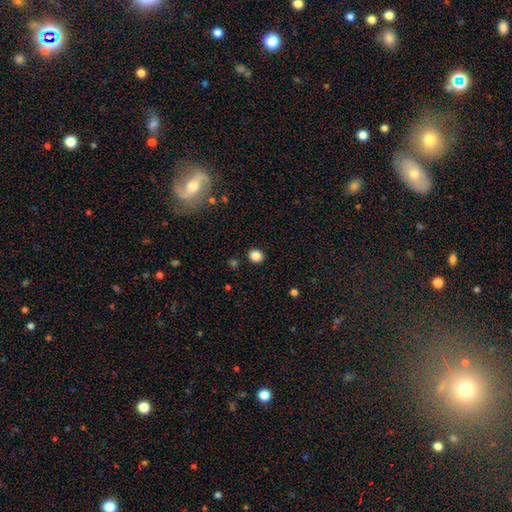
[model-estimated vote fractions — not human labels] The model was most divided on "how rounded": round: 76%, in between: 23%, cigar-shaped: 1%. More confident: merging — none (90%); smooth or featured — smooth (86%).